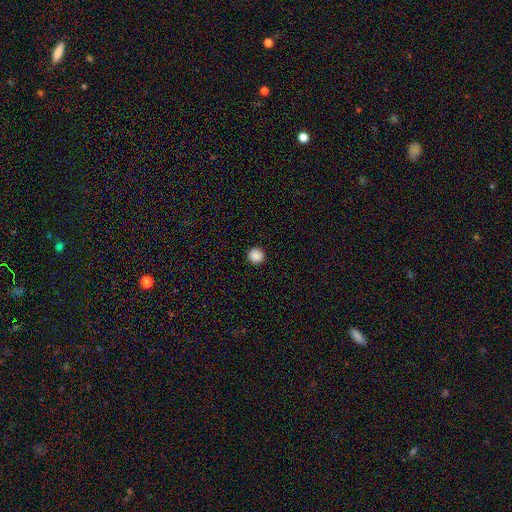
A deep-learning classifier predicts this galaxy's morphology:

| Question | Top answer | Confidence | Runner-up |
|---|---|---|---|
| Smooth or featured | smooth | 88% | star or artifact (9%) |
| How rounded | round | 95% | in between (4%) |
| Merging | none | 93% | minor disturbance (5%) |